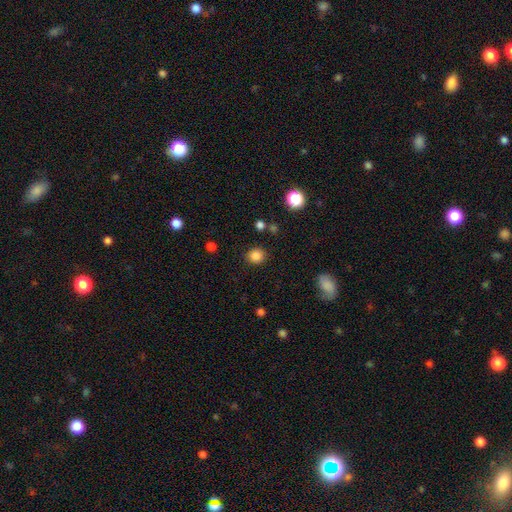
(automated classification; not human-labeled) Smooth or featured?
  - smooth: 85% *
  - star or artifact: 12%
  - featured or disk: 3%
How rounded?
  - round: 83% *
  - in between: 16%
  - cigar-shaped: 1%
Merging?
  - none: 88% *
  - minor disturbance: 7%
  - major disturbance: 3%
  - merger: 2%